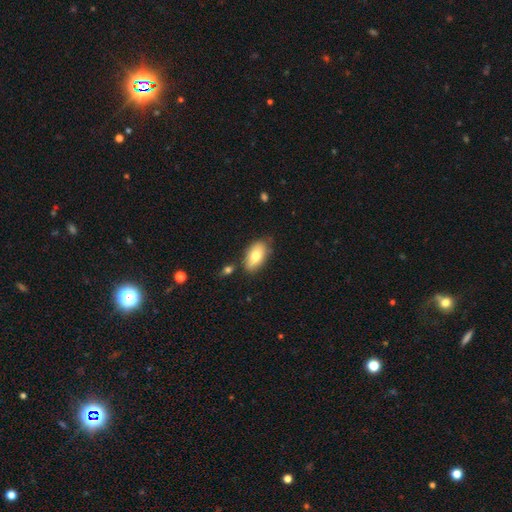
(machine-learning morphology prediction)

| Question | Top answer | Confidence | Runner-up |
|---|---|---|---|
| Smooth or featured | smooth | 79% | featured or disk (15%) |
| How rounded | in between | 93% | round (4%) |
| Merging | none | 74% | minor disturbance (18%) |